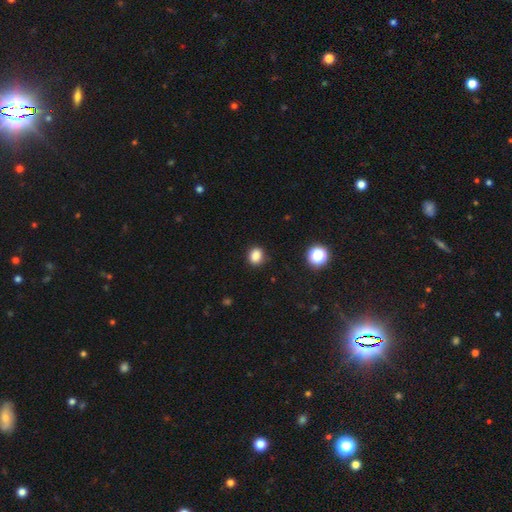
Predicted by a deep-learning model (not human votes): A smooth galaxy with no disk features (85%) that is round (63%). Merging: none (86%).